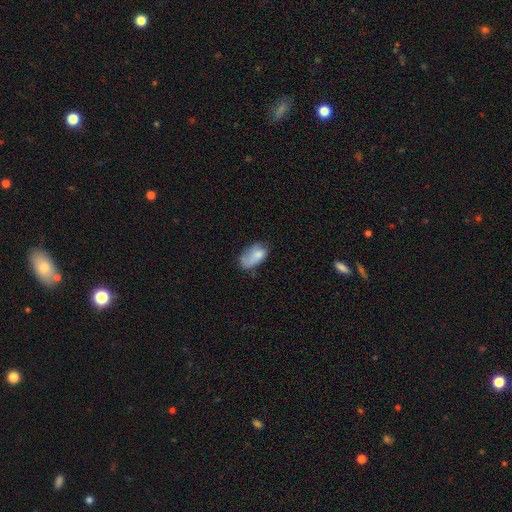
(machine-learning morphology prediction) smooth_or_featured: smooth (p=0.75) [alt: featured or disk p=0.17]
how_rounded: in between (p=0.92) [alt: round p=0.06]
merging: none (p=0.35) [tied with: minor disturbance p=0.35]